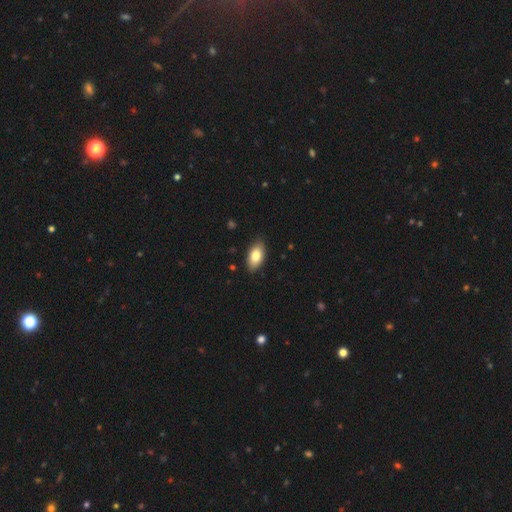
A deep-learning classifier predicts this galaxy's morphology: Smooth or featured? smooth (79%)
How rounded? in between (92%)
Merging? none (86%)